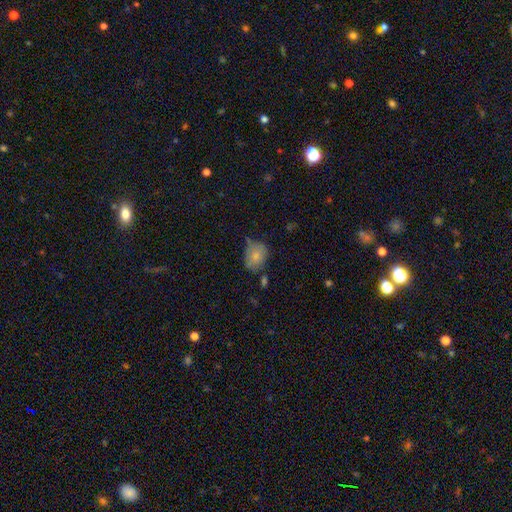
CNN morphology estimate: A smooth galaxy with no disk features (76%) that is in between round and cigar-shaped (55%).

Vote fractions:
- Smooth or featured? smooth: 76% / featured or disk: 16% / star or artifact: 8%
- How rounded? in between: 55% / round: 44% / cigar-shaped: 1%
- Merging? none: 56% / minor disturbance: 29% / merger: 8% / major disturbance: 7%